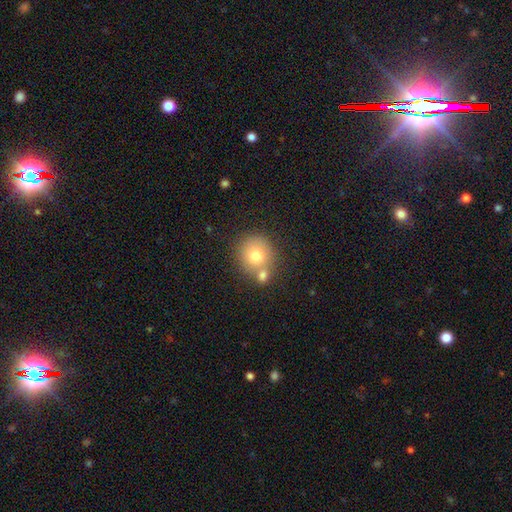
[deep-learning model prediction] Overall: smooth (76%). How rounded: round (88%). Merging: none (55%; merger 30%).